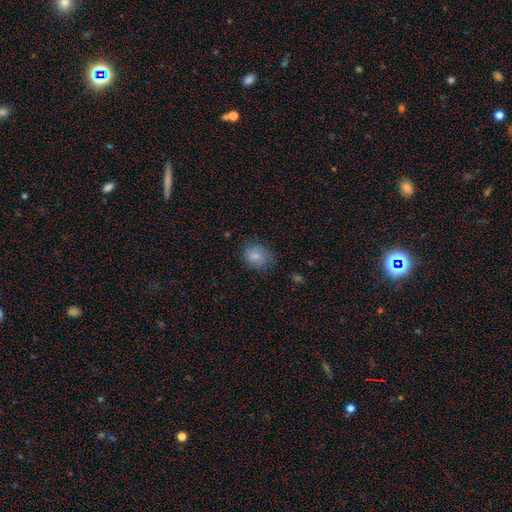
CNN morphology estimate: A smooth galaxy with no disk features (82%) that is in between round and cigar-shaped (50%). Merging: none (72%).